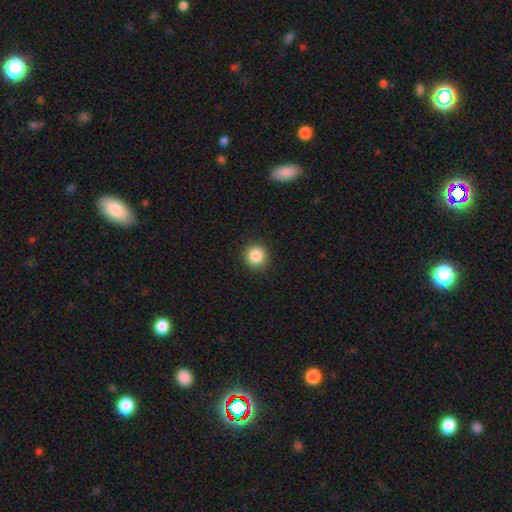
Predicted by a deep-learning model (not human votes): Smooth or featured: smooth — 86% (star or artifact — 10%)
How rounded: round — 92% (in between — 7%)
Merging: none — 92% (minor disturbance — 6%)